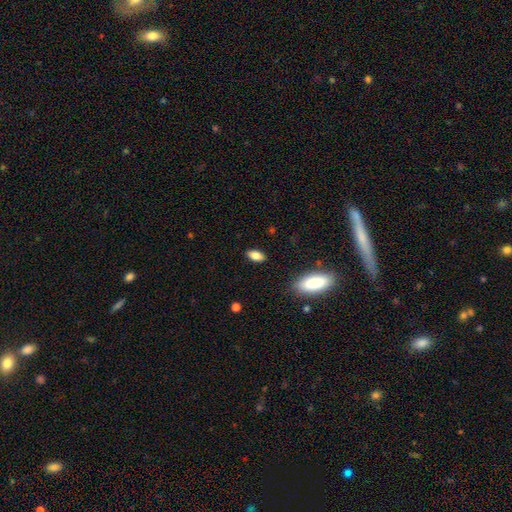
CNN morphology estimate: This is clearly a smooth galaxy (85%). How rounded: clearly in between (87%). Merging: clearly none (86%).